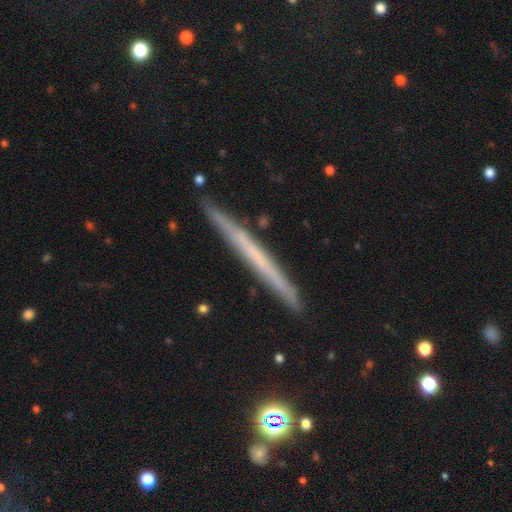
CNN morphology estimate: The model was most divided on "smooth or featured": featured or disk: 53%, smooth: 39%, star or artifact: 8%. More confident: edge-on disk — yes (96%); edge-on bulge — none (91%); merging — none (89%).